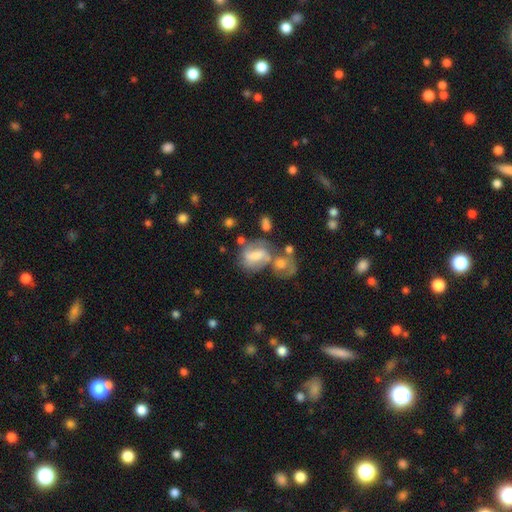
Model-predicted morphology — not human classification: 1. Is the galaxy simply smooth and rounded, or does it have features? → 46% featured or disk, 44% smooth, 10% star or artifact.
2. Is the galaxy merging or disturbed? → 41% merger, 28% none, 16% minor disturbance, 16% major disturbance.